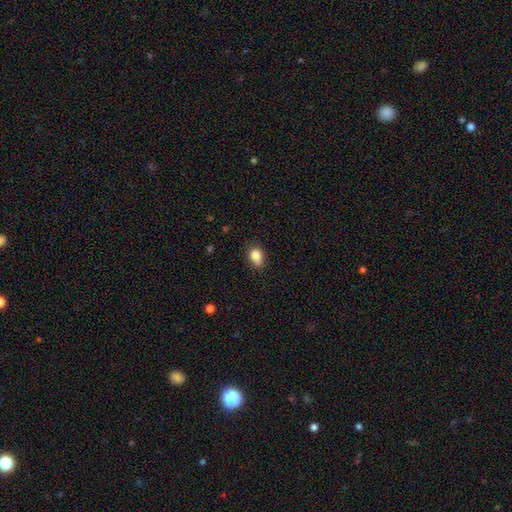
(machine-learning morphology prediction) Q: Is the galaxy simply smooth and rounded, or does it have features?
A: smooth — 82%.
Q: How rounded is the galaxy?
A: in between — 55%.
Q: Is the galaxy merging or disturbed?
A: none — 58%.